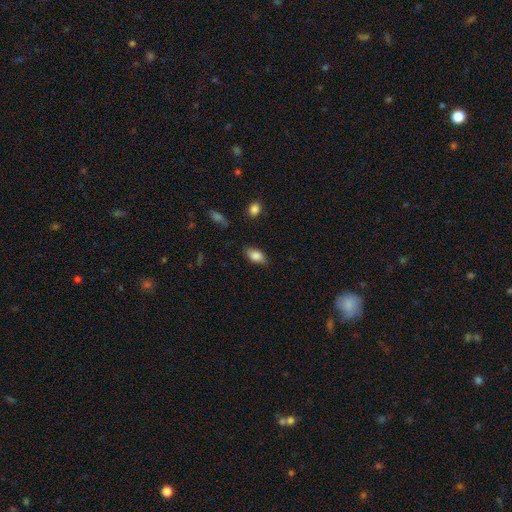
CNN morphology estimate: A smooth galaxy with no disk features (83%) that is in between round and cigar-shaped (90%).

Vote fractions:
- Smooth or featured? smooth: 83% / featured or disk: 9% / star or artifact: 8%
- How rounded? in between: 90% / round: 6% / cigar-shaped: 4%
- Merging? none: 80% / minor disturbance: 15% / major disturbance: 3% / merger: 1%